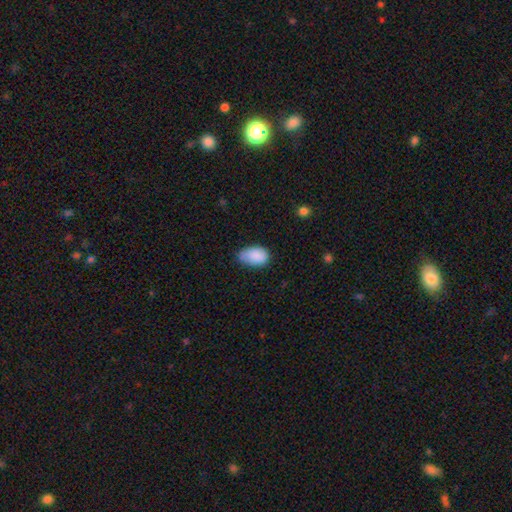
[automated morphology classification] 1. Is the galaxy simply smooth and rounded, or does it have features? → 87% smooth, 7% star or artifact, 6% featured or disk.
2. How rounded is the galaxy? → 89% in between, 10% round, 1% cigar-shaped.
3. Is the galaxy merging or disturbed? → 50% none, 38% minor disturbance, 7% major disturbance, 4% merger.